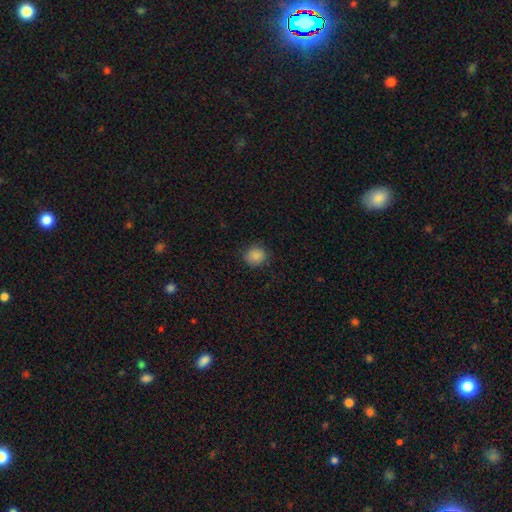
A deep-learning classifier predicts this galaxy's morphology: A smooth galaxy with no disk features (87%) that is round (84%).

Vote fractions:
- Smooth or featured? smooth: 87% / star or artifact: 10% / featured or disk: 3%
- How rounded? round: 84% / in between: 15% / cigar-shaped: 1%
- Merging? none: 87% / minor disturbance: 10% / major disturbance: 3% / merger: 1%